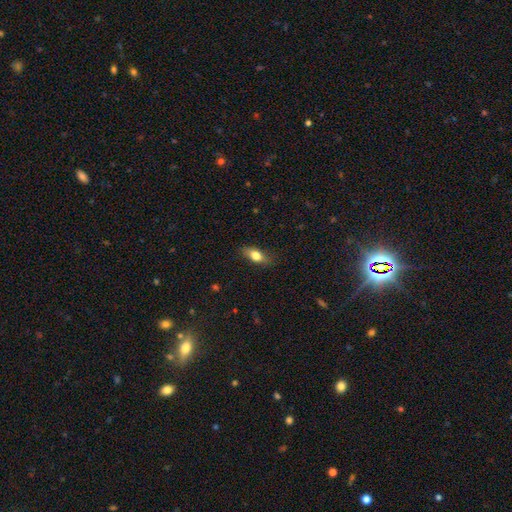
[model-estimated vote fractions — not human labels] This appears to be a smooth galaxy with no disk features (74%) that is in between round and cigar-shaped (75%). Merging: none (80%).